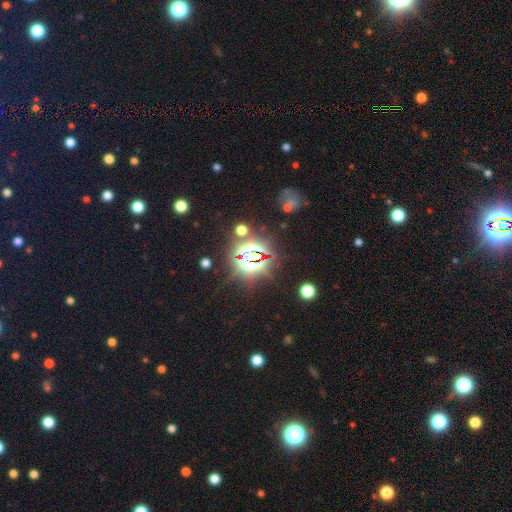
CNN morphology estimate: type=star or artifact (79%).